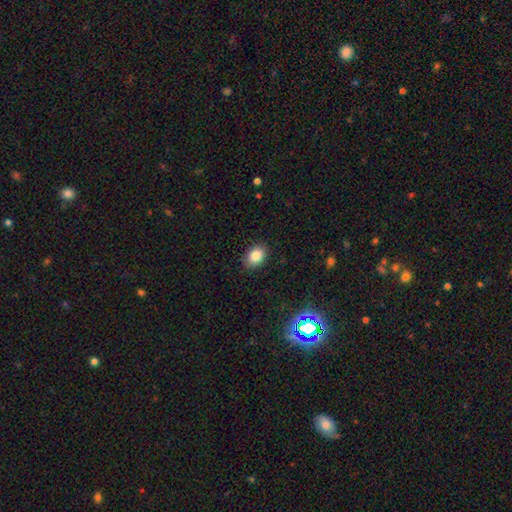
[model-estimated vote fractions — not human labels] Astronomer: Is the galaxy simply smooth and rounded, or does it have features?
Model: smooth — 87%.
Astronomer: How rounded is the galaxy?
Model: in between — 77%.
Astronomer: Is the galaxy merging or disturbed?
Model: none — 86%.